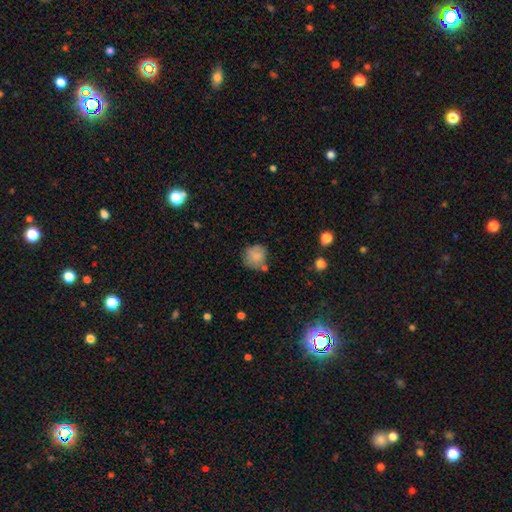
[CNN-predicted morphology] smooth-or-featured: smooth: 81% | featured or disk: 11% | star or artifact: 8%
  how-rounded: round: 85% | in between: 14% | cigar-shaped: 1%
  merging: none: 64% | minor disturbance: 21% | merger: 8% | major disturbance: 6%